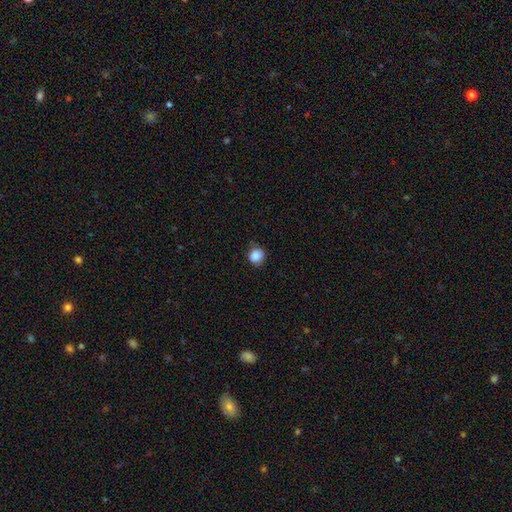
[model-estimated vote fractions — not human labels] smooth_or_featured: smooth (p=0.87) [alt: star or artifact p=0.10]
how_rounded: round (p=0.84) [alt: in between p=0.15]
merging: none (p=0.78) [alt: minor disturbance p=0.17]